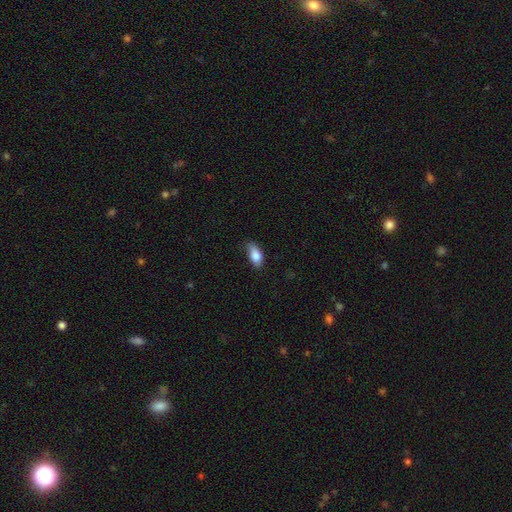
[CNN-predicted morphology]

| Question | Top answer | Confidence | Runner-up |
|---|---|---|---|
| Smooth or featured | smooth | 84% | featured or disk (8%) |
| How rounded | in between | 88% | cigar-shaped (8%) |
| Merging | none | 67% | minor disturbance (26%) |